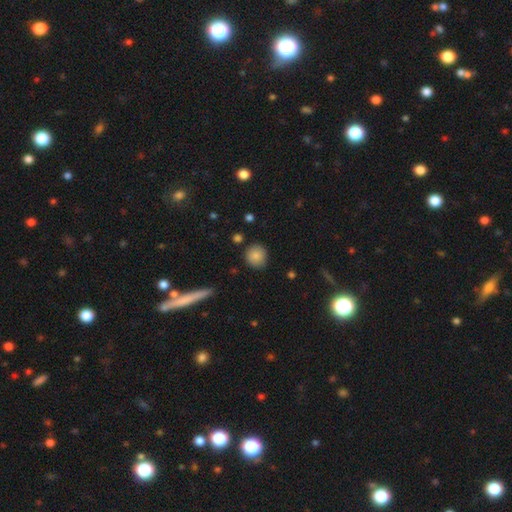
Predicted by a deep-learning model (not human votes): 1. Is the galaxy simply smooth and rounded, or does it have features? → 85% smooth, 9% star or artifact, 6% featured or disk.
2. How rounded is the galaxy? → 88% round, 11% in between, 1% cigar-shaped.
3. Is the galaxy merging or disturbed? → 85% none, 11% minor disturbance, 3% major disturbance, 2% merger.